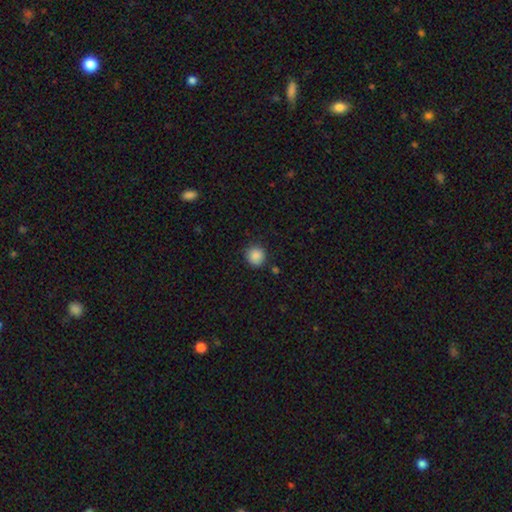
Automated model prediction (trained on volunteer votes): Smooth or featured: smooth — 87% (star or artifact — 9%)
How rounded: round — 91% (in between — 8%)
Merging: none — 86% (minor disturbance — 10%)